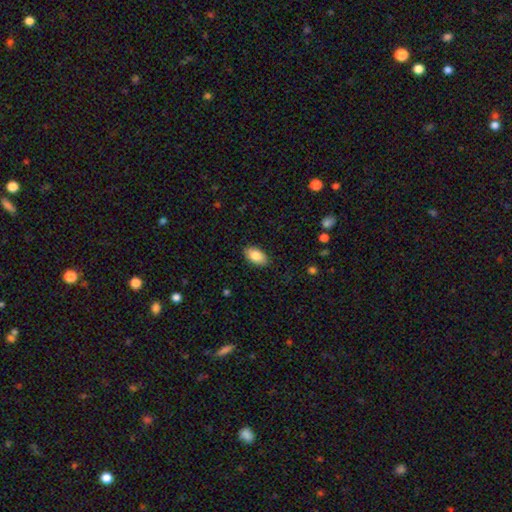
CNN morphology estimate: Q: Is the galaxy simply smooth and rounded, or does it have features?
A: smooth — 85%.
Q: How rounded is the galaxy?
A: in between — 93%.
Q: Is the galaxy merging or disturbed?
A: none — 87%.